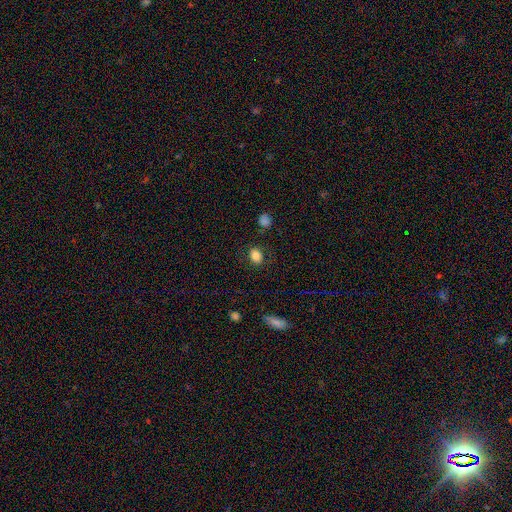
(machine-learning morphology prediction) Q: Smooth or featured?
A: smooth (84%); runner-up: star or artifact (10%)
Q: How rounded?
A: in between (56%); runner-up: round (43%)
Q: Merging?
A: none (84%); runner-up: minor disturbance (11%)